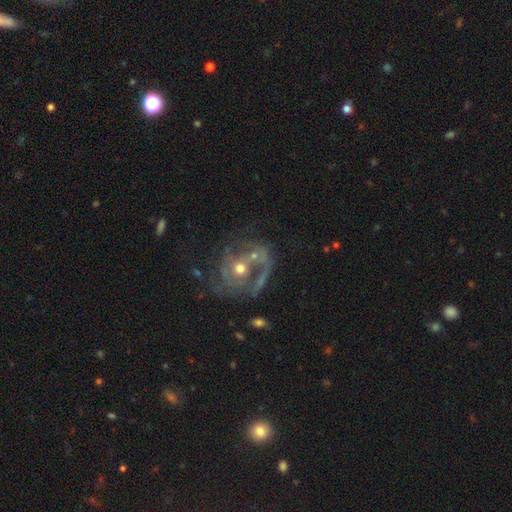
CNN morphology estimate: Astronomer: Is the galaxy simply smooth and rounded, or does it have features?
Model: featured or disk — 78%.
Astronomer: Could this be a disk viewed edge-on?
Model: no — 97%.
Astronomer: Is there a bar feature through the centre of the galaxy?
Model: no — 64%.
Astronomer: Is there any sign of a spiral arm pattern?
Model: yes — 83%.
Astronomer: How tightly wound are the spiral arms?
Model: medium — 44% (runner-up: loose, 31%).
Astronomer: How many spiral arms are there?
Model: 1 — 39% (runner-up: 2, 38%).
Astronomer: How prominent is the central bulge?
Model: moderate — 55% (runner-up: small, 37%).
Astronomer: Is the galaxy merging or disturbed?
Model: none — 41% (runner-up: major disturbance, 24%).